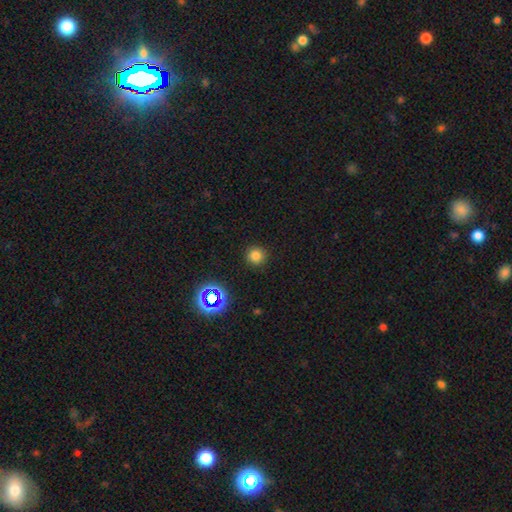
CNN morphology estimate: The model was most divided on "smooth or featured": smooth: 76%, star or artifact: 18%, featured or disk: 5%. More confident: how rounded — round (94%); merging — none (91%).